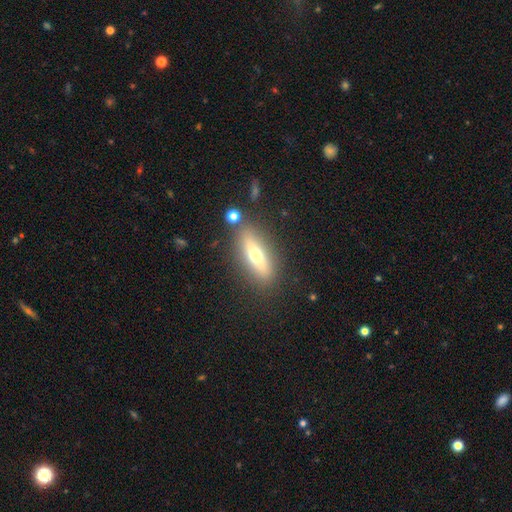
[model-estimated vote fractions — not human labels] Morphology: type=smooth (50%); merging=none (81%).